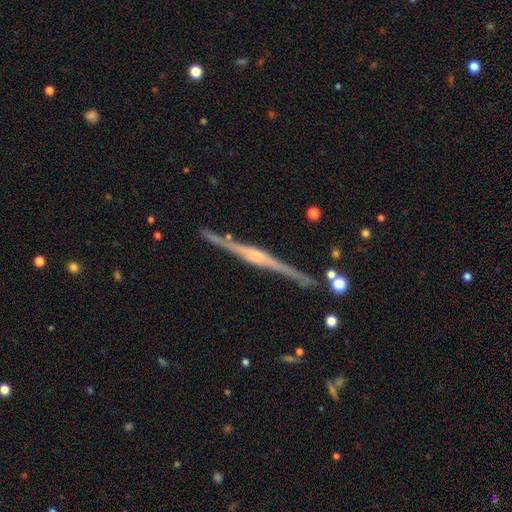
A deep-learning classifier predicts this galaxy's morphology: Overall: featured or disk (86%). Edge-on disk: yes (98%). Edge-on bulge: rounded (68%). Merging: none (85%).